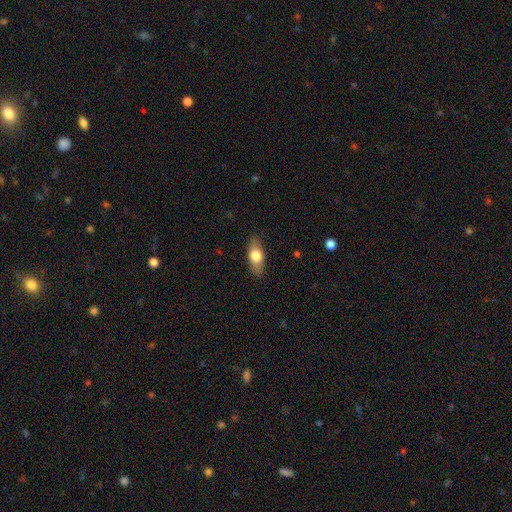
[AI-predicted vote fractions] Smooth or featured? smooth (67%)
How rounded? in between (76%)
Merging? none (86%)